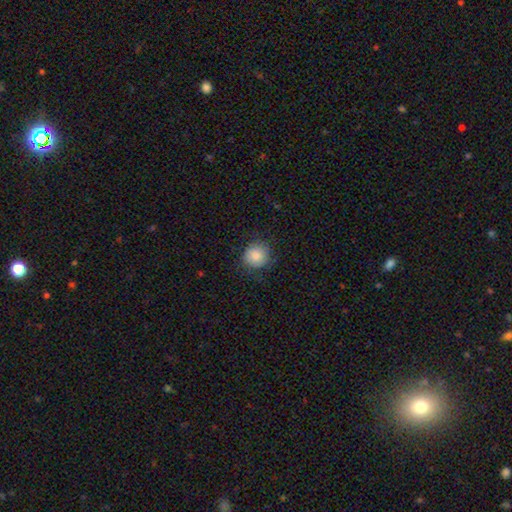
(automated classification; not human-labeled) This is clearly a smooth galaxy (86%). How rounded: clearly round (89%). Merging: clearly none (80%).